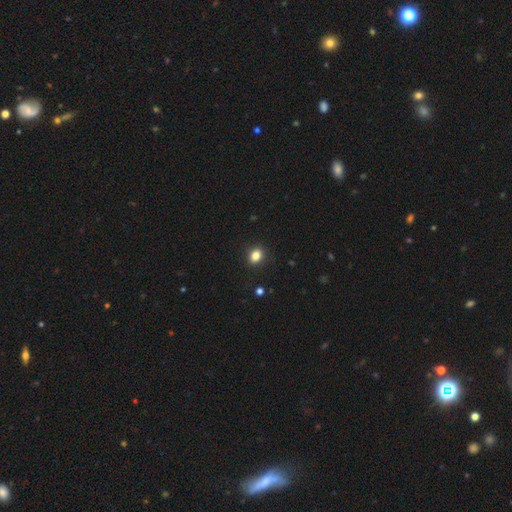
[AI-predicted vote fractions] smooth 84%, star or artifact 11%, featured or disk 5%. Down the decision tree: how rounded — in between (52%); merging — none (90%).